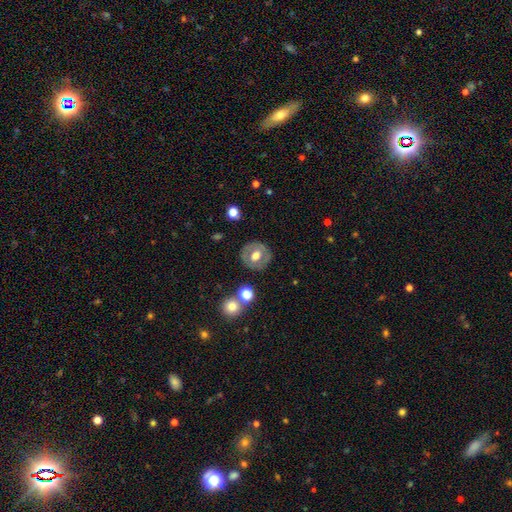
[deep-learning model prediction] Morphology: type=smooth (47%); merging=none (83%).